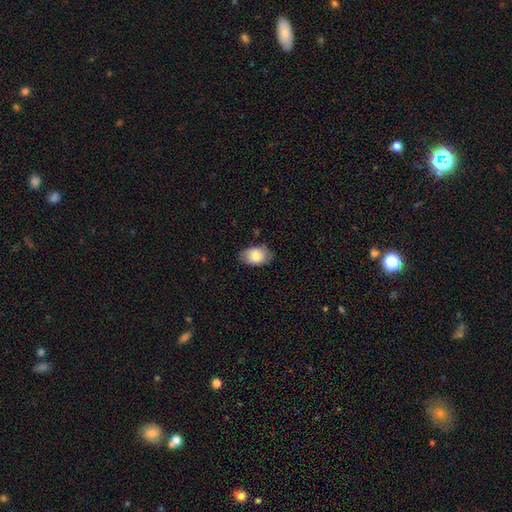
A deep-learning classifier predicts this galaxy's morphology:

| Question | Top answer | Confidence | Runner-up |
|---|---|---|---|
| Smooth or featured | smooth | 83% | featured or disk (10%) |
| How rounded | in between | 87% | round (12%) |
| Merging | none | 76% | minor disturbance (19%) |